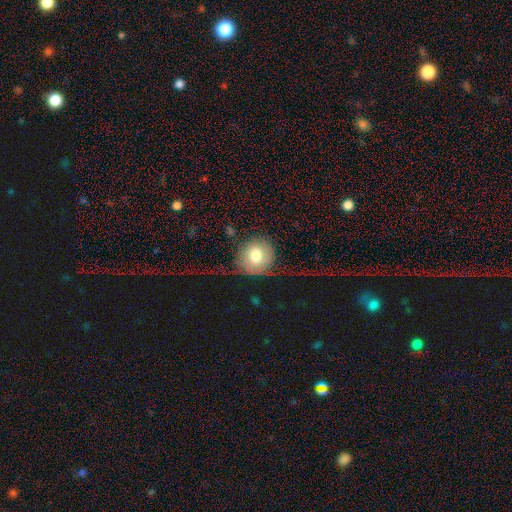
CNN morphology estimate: A smooth galaxy with no disk features (70%) that is round (87%).

Vote fractions:
- Smooth or featured? smooth: 70% / featured or disk: 20% / star or artifact: 10%
- How rounded? round: 87% / in between: 11% / cigar-shaped: 1%
- Merging? none: 55% / major disturbance: 25% / minor disturbance: 17% / merger: 3%